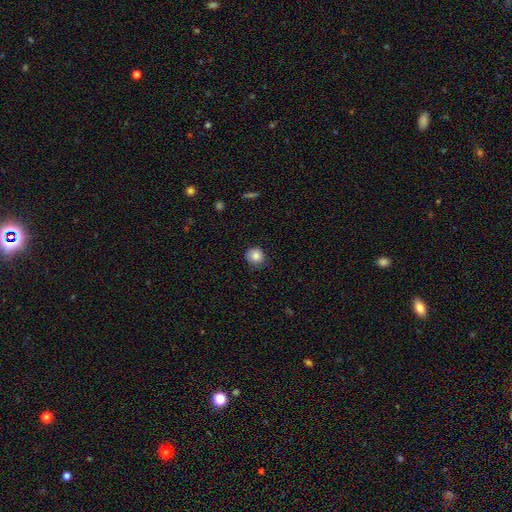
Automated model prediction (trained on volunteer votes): Overall: smooth (84%). How rounded: round (88%). Merging: none (80%).